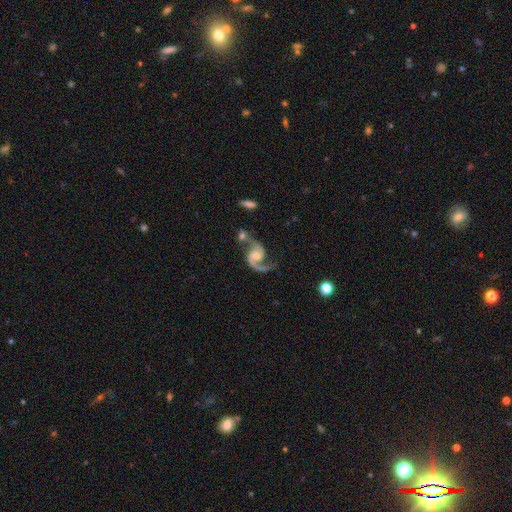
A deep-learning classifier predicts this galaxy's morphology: Smooth or featured? Predicted: featured or disk (p=0.92). Edge-on disk? Predicted: no (p=0.98). Bar? Predicted: no (p=0.52). Spiral arms? Predicted: yes (p=0.98). Spiral winding? Predicted: medium (p=0.48). Spiral arm count? Predicted: 2 (p=0.89). Bulge size? Predicted: moderate (p=0.48). Merging? Predicted: none (p=0.47).